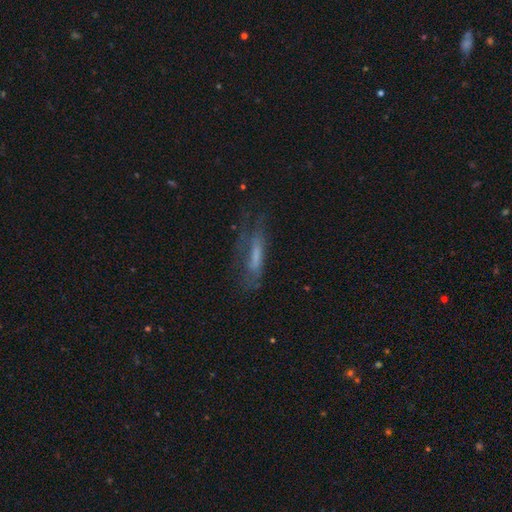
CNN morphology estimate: The model was most divided on "smooth or featured": featured or disk: 47%, smooth: 40%, star or artifact: 13%. More confident: merging — none (56%).